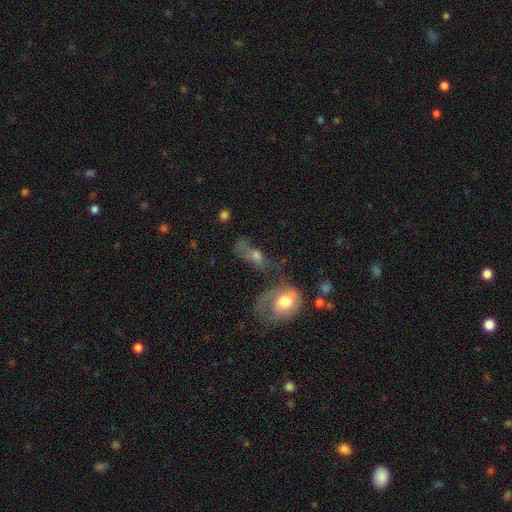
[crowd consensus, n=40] This appears to be a smooth galaxy with no disk features (50%) that is in between round and cigar-shaped (85%). Merging: none (38%).